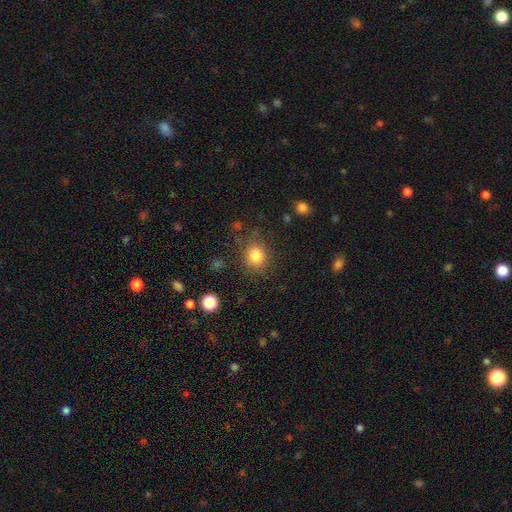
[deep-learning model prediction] Q: Smooth or featured?
A: smooth (82%); runner-up: star or artifact (11%)
Q: How rounded?
A: round (78%); runner-up: in between (21%)
Q: Merging?
A: none (81%); runner-up: minor disturbance (12%)